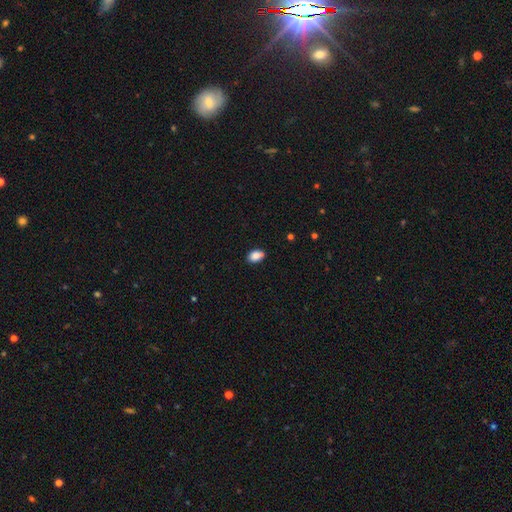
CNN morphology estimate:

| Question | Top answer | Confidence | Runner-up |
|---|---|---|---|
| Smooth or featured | smooth | 86% | star or artifact (9%) |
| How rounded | in between | 86% | round (13%) |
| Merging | none | 76% | minor disturbance (17%) |